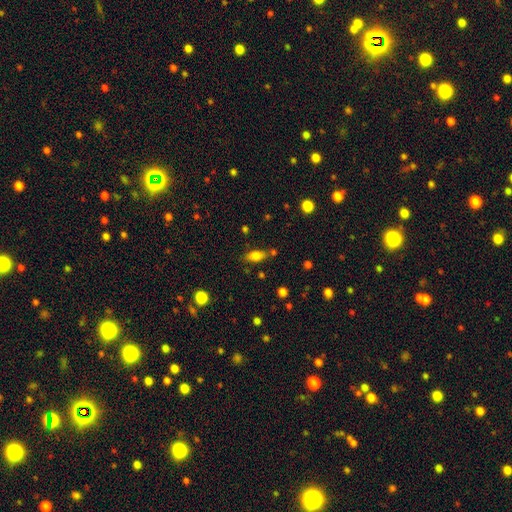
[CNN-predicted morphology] smooth 77%, featured or disk 12%, star or artifact 10%. Down the decision tree: how rounded — in between (81%); merging — none (69%).